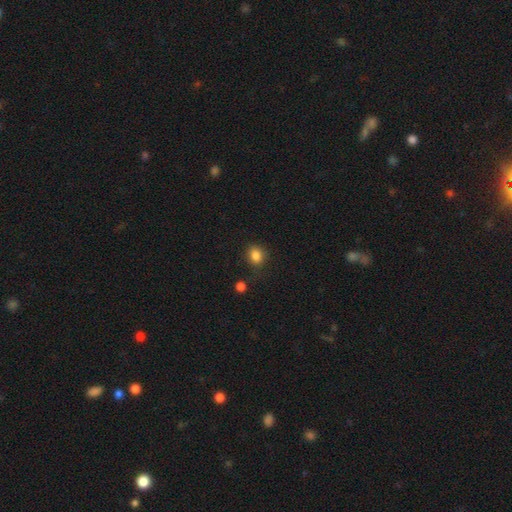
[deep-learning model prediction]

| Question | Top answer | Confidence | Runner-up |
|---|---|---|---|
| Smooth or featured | smooth | 84% | star or artifact (11%) |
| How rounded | round | 62% | in between (37%) |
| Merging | none | 79% | minor disturbance (14%) |